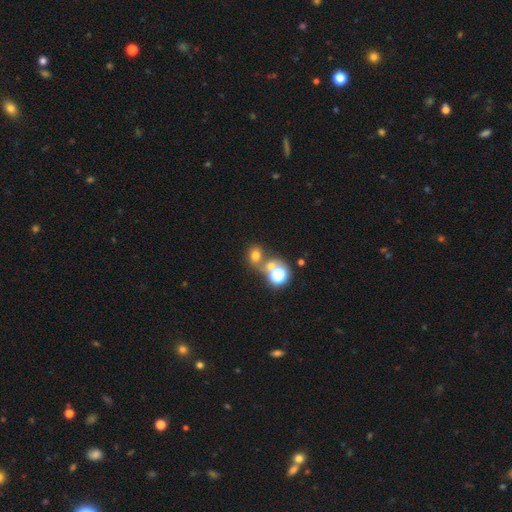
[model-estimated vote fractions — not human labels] Smooth or featured? Predicted: smooth (p=0.66). How rounded? Predicted: round (p=0.70). Merging? Predicted: none (p=0.50).